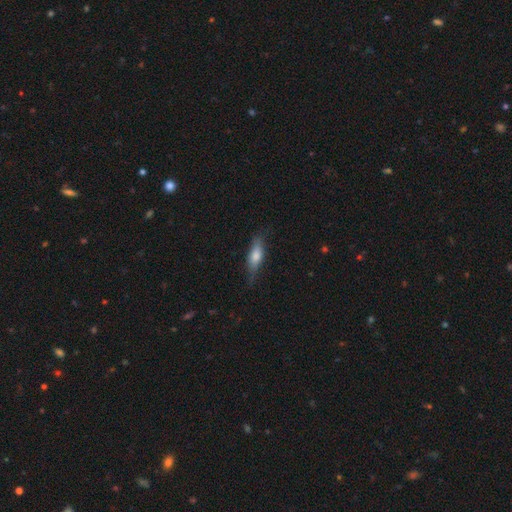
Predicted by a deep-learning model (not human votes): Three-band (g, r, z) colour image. It shows a smooth galaxy with no disk features (62%) that is cigar-shaped (50%). Merging: none (69%).